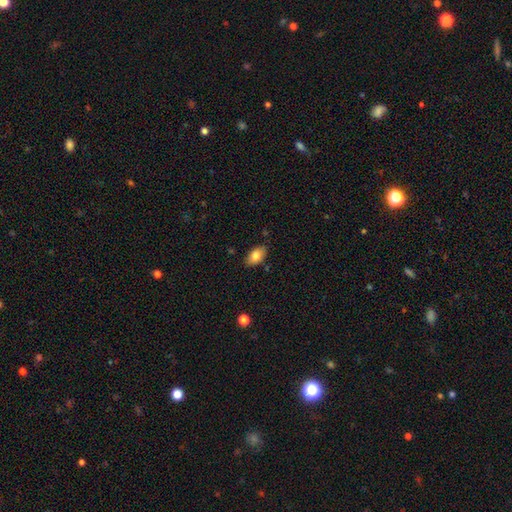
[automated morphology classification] Smooth or featured? Predicted: smooth (p=0.81). How rounded? Predicted: in between (p=0.91). Merging? Predicted: none (p=0.83).